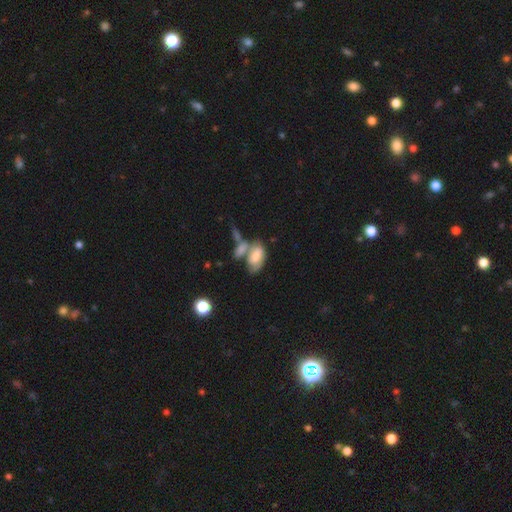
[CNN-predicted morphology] Smooth or featured? smooth (64%)
How rounded? in between (90%)
Merging? merger (45%)